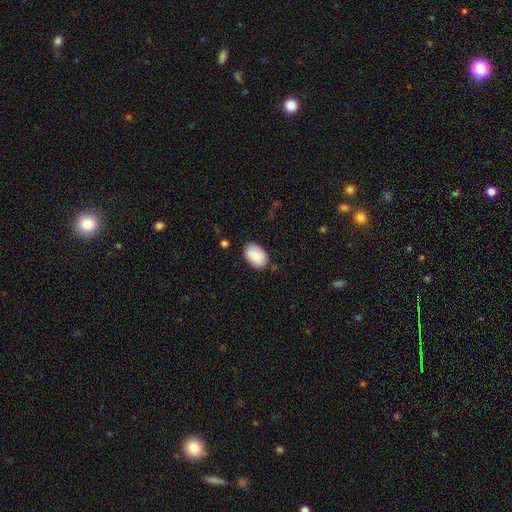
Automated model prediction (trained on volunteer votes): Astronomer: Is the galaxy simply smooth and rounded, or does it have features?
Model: smooth — 90%.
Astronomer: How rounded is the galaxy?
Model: in between — 89%.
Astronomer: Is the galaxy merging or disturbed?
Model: none — 83%.